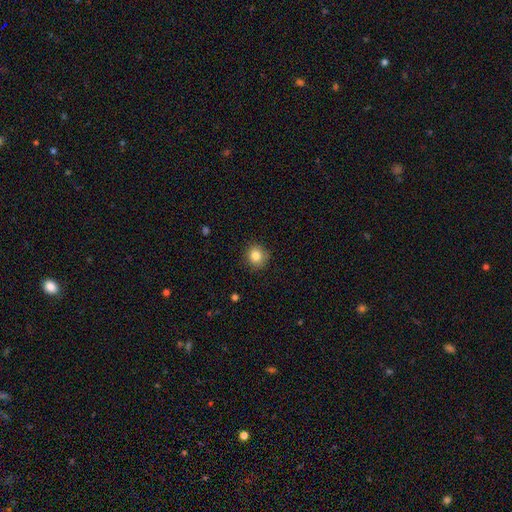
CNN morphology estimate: Smooth or featured?
  - smooth: 84% *
  - star or artifact: 10%
  - featured or disk: 6%
How rounded?
  - round: 89% *
  - in between: 10%
  - cigar-shaped: 1%
Merging?
  - none: 87% *
  - minor disturbance: 10%
  - major disturbance: 2%
  - merger: 1%